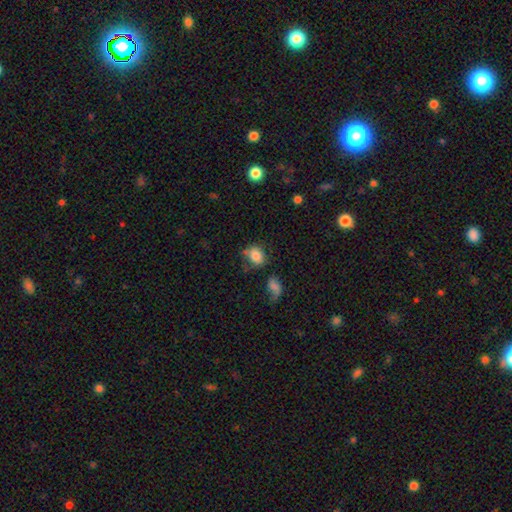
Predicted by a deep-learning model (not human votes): Q: Smooth or featured?
A: smooth (80%); runner-up: featured or disk (10%)
Q: How rounded?
A: in between (57%); runner-up: round (42%)
Q: Merging?
A: none (54%); runner-up: minor disturbance (24%)